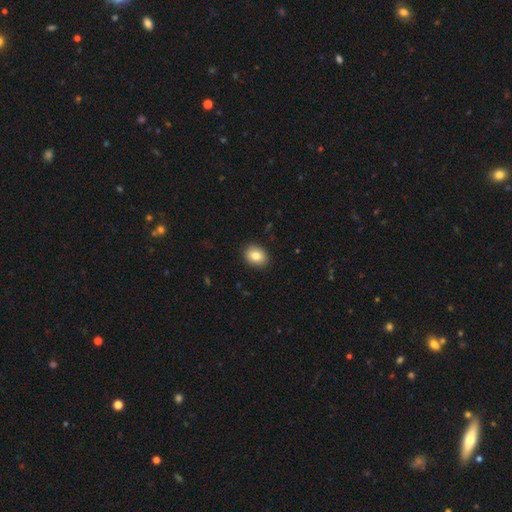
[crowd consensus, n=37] This appears to be a smooth galaxy with no disk features (92%) that is in between round and cigar-shaped (68%). Merging: none (97%).